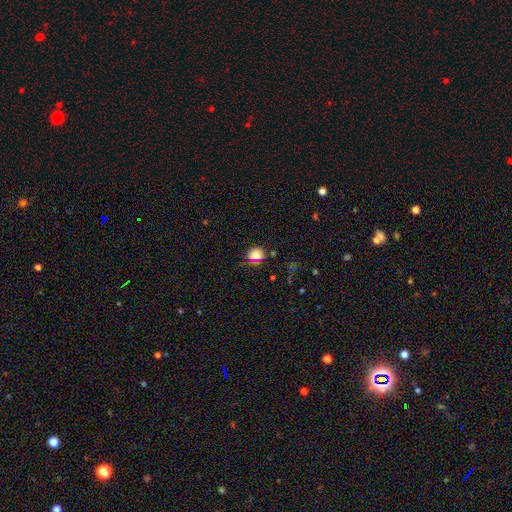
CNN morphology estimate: Smooth or featured? Predicted: smooth (p=0.80). How rounded? Predicted: round (p=0.77). Merging? Predicted: none (p=0.80).